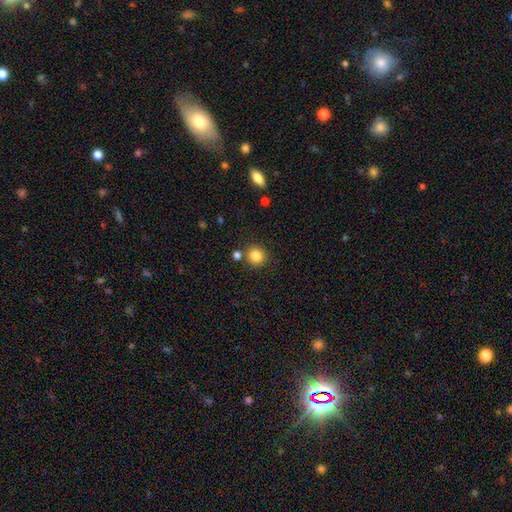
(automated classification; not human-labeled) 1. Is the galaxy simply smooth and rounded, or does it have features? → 84% smooth, 11% star or artifact, 5% featured or disk.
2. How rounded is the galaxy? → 92% round, 7% in between, 1% cigar-shaped.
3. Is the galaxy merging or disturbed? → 81% none, 8% merger, 8% minor disturbance, 3% major disturbance.